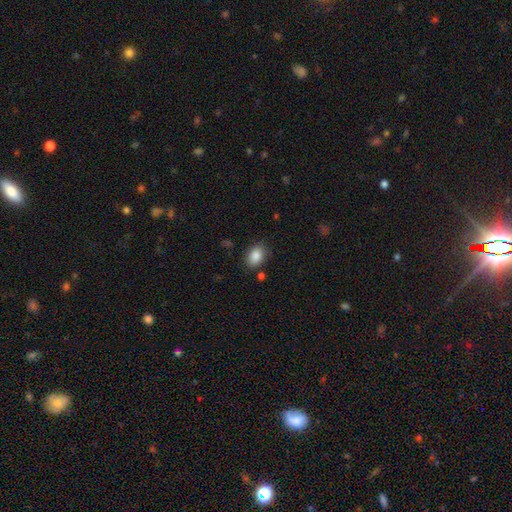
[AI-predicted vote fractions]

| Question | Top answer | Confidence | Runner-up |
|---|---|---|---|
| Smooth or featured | smooth | 87% | star or artifact (8%) |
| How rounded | in between | 81% | round (18%) |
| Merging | none | 81% | minor disturbance (13%) |